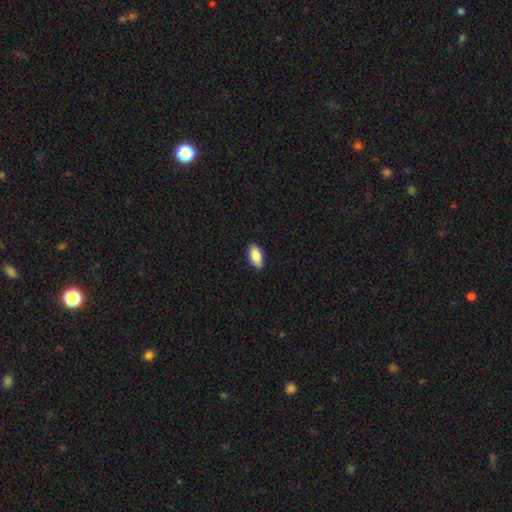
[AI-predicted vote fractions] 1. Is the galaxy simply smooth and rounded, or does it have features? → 88% smooth, 6% star or artifact, 6% featured or disk.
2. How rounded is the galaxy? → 92% in between, 6% cigar-shaped, 3% round.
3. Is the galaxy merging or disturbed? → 87% none, 10% minor disturbance, 2% major disturbance, 1% merger.